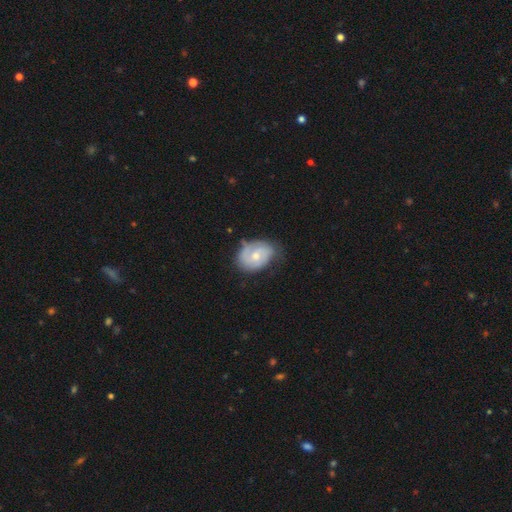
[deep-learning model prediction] smooth_or_featured: featured or disk (p=0.52) [alt: smooth p=0.41]
disk_edge_on: no (p=0.96) [alt: yes p=0.04]
bar: no (p=0.71) [alt: weak p=0.26]
has_spiral_arms: yes (p=0.73) [alt: no p=0.27]
bulge_size: moderate (p=0.53) [alt: small p=0.43]
merging: none (p=0.52) [alt: minor disturbance p=0.35]